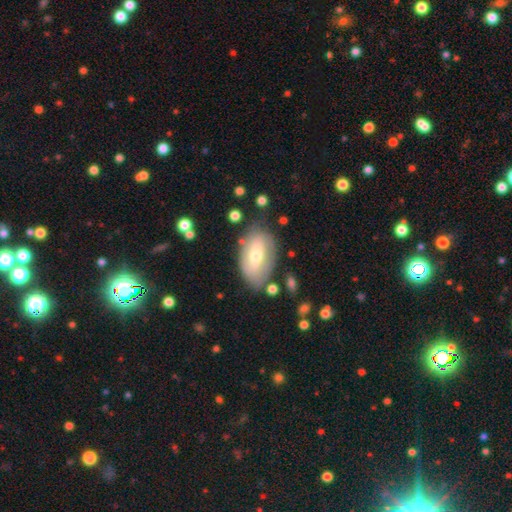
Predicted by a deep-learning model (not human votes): A smooth galaxy with no disk features (50%) that is in between round and cigar-shaped (91%).

Vote fractions:
- Smooth or featured? smooth: 50% / featured or disk: 43% / star or artifact: 7%
- How rounded? in between: 91% / round: 6% / cigar-shaped: 3%
- Merging? none: 70% / minor disturbance: 19% / major disturbance: 7% / merger: 3%